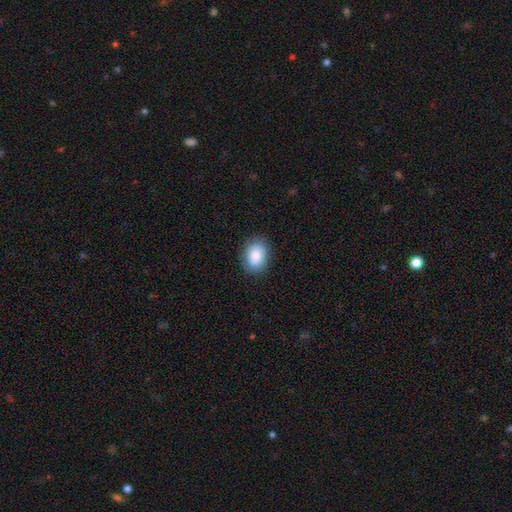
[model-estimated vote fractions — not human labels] A smooth galaxy with no disk features (85%) that is in between round and cigar-shaped (72%). Merging: none (85%).